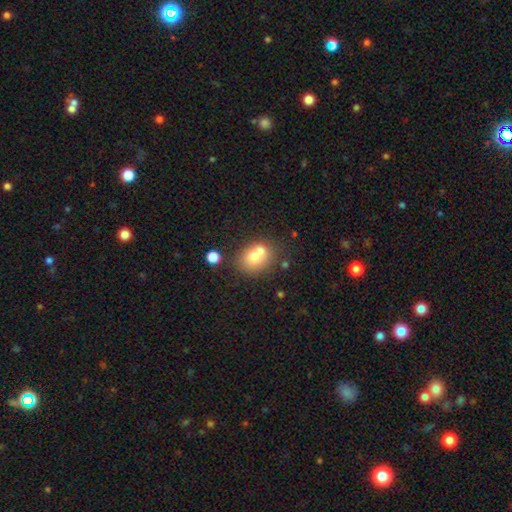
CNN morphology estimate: smooth-or-featured: smooth: 69% | featured or disk: 20% | star or artifact: 11%
  how-rounded: round: 55% | in between: 44% | cigar-shaped: 1%
  merging: none: 43% | merger: 40% | minor disturbance: 12% | major disturbance: 5%